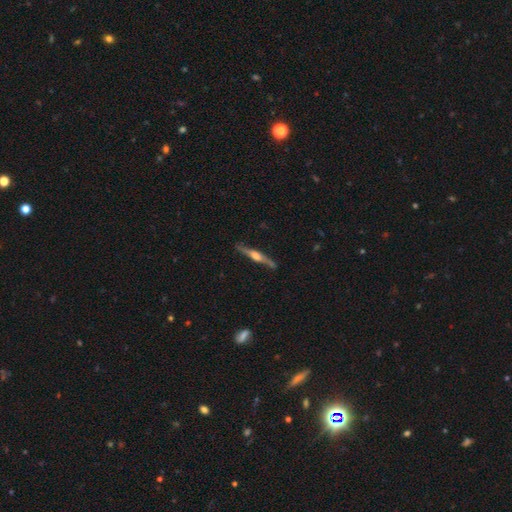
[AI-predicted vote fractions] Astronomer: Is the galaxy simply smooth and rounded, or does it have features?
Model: featured or disk — 76%.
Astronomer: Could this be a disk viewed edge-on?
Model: yes — 97%.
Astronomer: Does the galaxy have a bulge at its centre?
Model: rounded — 82%.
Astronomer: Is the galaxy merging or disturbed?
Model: none — 85%.